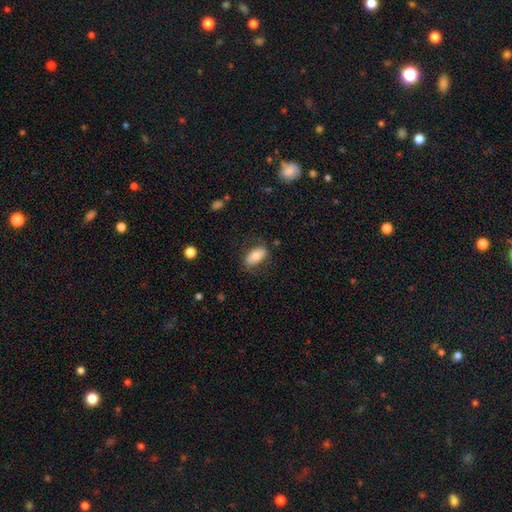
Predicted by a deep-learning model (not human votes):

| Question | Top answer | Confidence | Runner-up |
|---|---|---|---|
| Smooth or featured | smooth | 70% | featured or disk (24%) |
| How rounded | in between | 91% | cigar-shaped (4%) |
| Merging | none | 74% | minor disturbance (18%) |